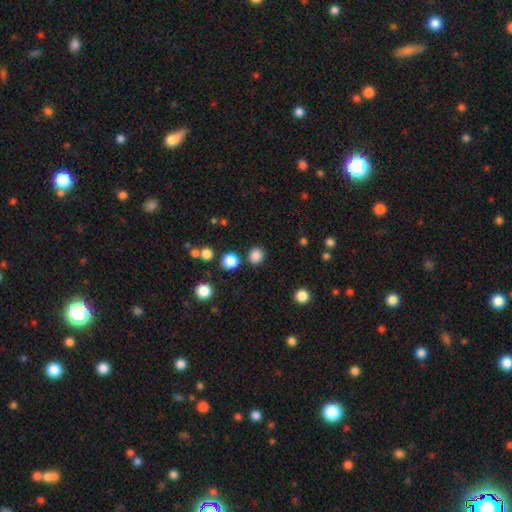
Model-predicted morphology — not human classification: Smooth or featured: smooth — 84% (star or artifact — 13%)
How rounded: round — 87% (in between — 12%)
Merging: none — 87% (minor disturbance — 7%)